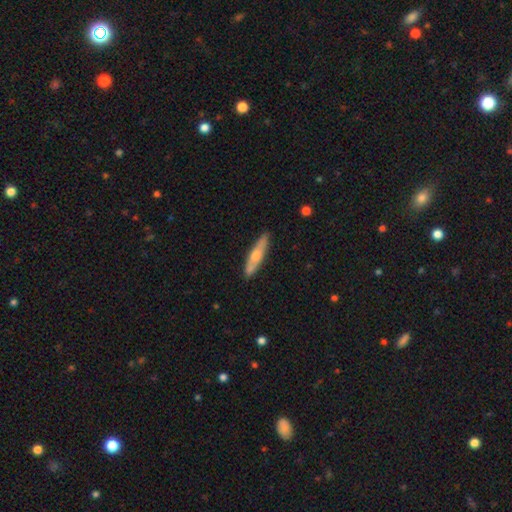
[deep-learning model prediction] smooth_or_featured: smooth (p=0.48) [alt: featured or disk p=0.47]
merging: none (p=0.88) [alt: minor disturbance p=0.09]